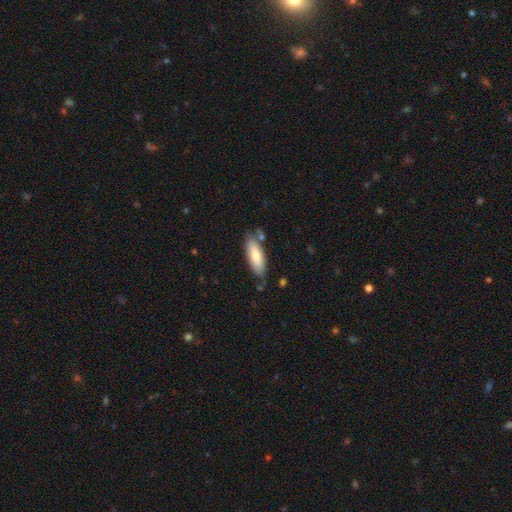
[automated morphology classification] A smooth galaxy with no disk features (76%) that is in between round and cigar-shaped (61%).

Vote fractions:
- Smooth or featured? smooth: 76% / featured or disk: 18% / star or artifact: 6%
- How rounded? in between: 61% / cigar-shaped: 37% / round: 2%
- Merging? none: 71% / minor disturbance: 19% / merger: 6% / major disturbance: 4%